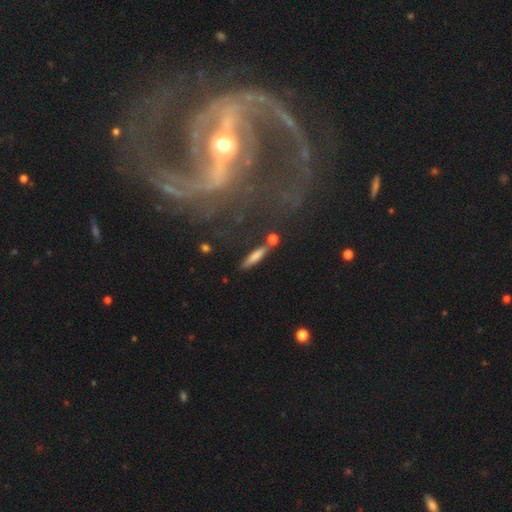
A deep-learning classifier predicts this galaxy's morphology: This appears to be a smooth galaxy with no disk features (70%) that is cigar-shaped (86%). Merging: none (73%).